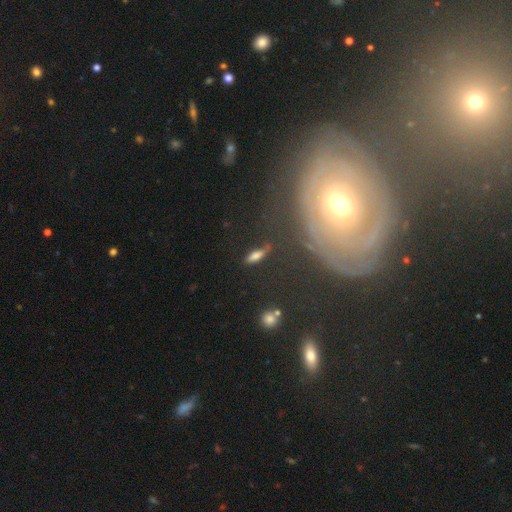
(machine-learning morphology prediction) Smooth or featured?
  - smooth: 69% *
  - featured or disk: 20%
  - star or artifact: 12%
How rounded?
  - cigar-shaped: 48% * (tied)
  - in between: 48% * (tied)
  - round: 5%
Merging?
  - none: 72% *
  - minor disturbance: 18%
  - major disturbance: 6%
  - merger: 5%